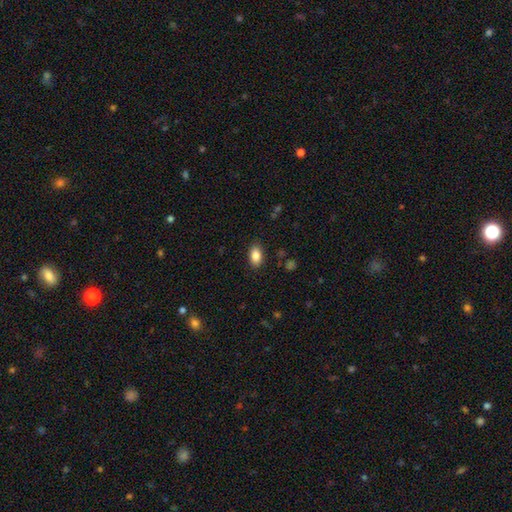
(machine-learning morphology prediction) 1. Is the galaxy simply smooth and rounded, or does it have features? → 86% smooth, 8% star or artifact, 6% featured or disk.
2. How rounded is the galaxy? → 91% in between, 7% round, 2% cigar-shaped.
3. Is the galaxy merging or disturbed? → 87% none, 9% minor disturbance, 2% major disturbance, 1% merger.